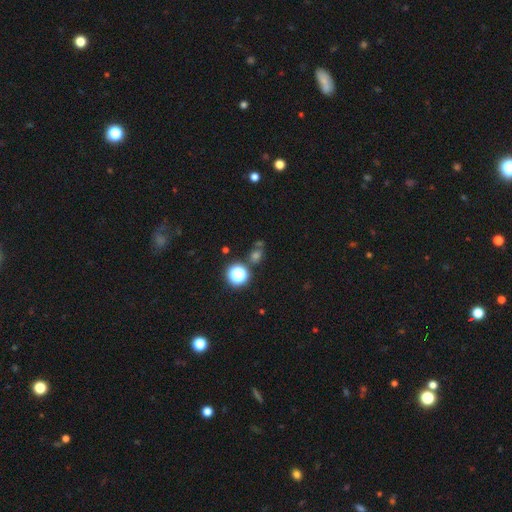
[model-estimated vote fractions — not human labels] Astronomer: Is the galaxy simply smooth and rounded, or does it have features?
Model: star or artifact — 45%, tied with smooth at 45%.